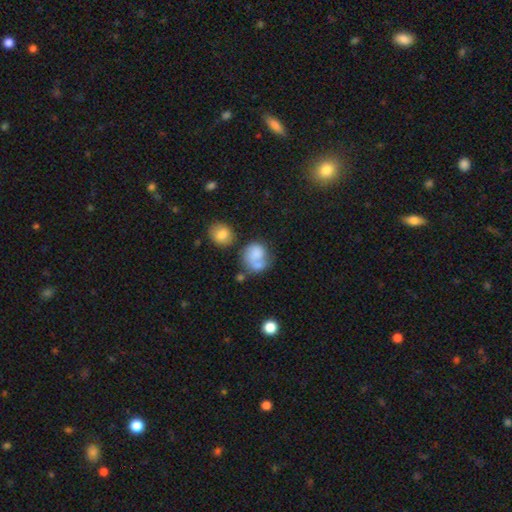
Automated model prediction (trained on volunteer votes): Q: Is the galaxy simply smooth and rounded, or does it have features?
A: smooth — 64%.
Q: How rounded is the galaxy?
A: round — 70%.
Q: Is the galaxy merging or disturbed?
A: none — 36%.